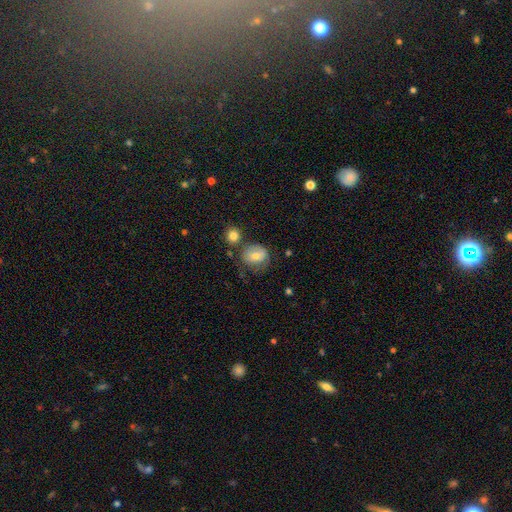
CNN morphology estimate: smooth-or-featured: smooth: 66% | featured or disk: 25% | star or artifact: 9%
  how-rounded: round: 65% | in between: 34% | cigar-shaped: 1%
  merging: none: 54% | minor disturbance: 25% | major disturbance: 12% | merger: 9%